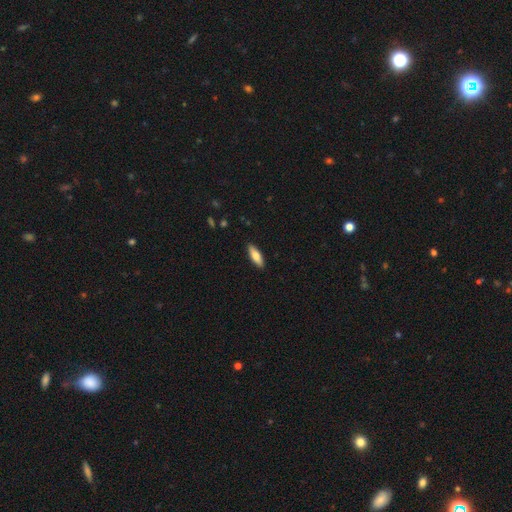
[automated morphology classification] The model was most divided on "how rounded": in between: 57%, cigar-shaped: 41%, round: 2%. More confident: merging — none (90%); smooth or featured — smooth (72%).